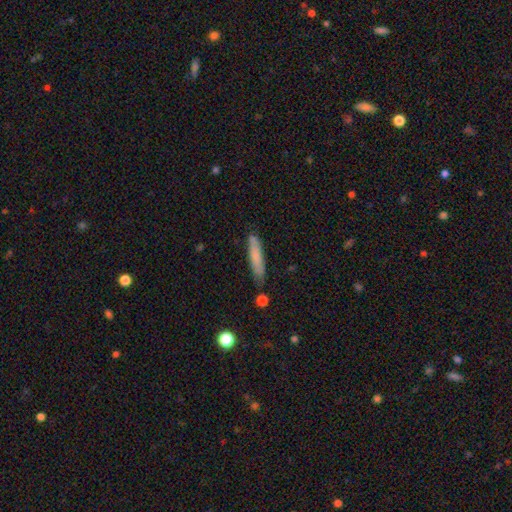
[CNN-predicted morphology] This appears to be a smooth galaxy with no disk features (75%) that is cigar-shaped (89%). Merging: none (78%).